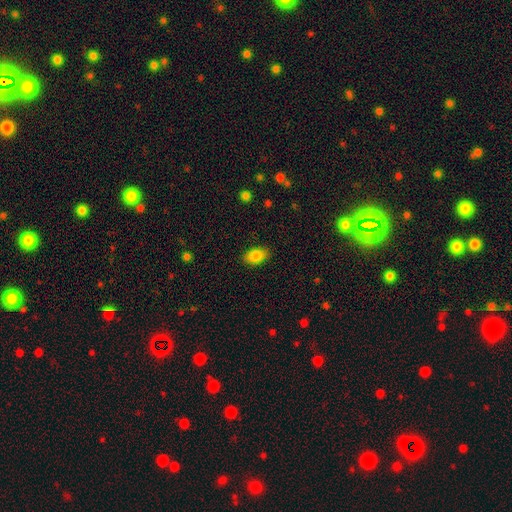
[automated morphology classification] Overall: smooth (86%). How rounded: in between (89%). Merging: none (87%).